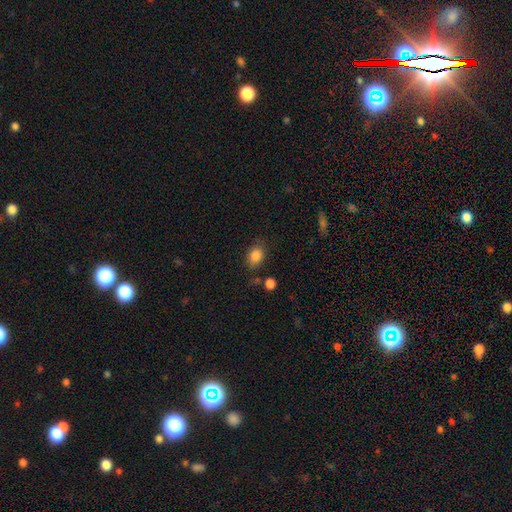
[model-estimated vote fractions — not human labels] Smooth or featured? Predicted: smooth (p=0.85). How rounded? Predicted: in between (p=0.68). Merging? Predicted: none (p=0.76).